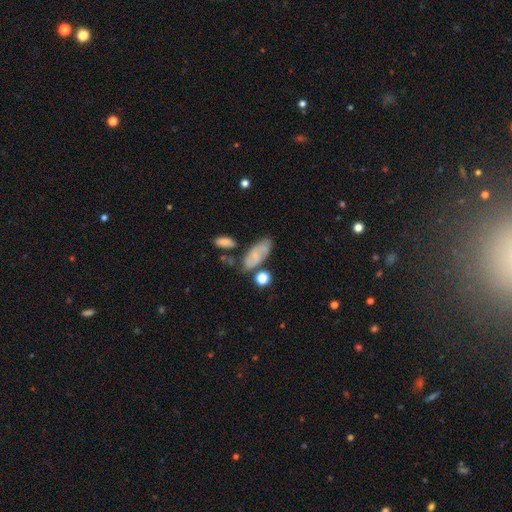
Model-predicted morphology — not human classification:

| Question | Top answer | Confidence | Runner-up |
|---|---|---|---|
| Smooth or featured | smooth | 58% | featured or disk (33%) |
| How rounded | in between | 83% | cigar-shaped (12%) |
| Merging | none | 59% | minor disturbance (22%) |